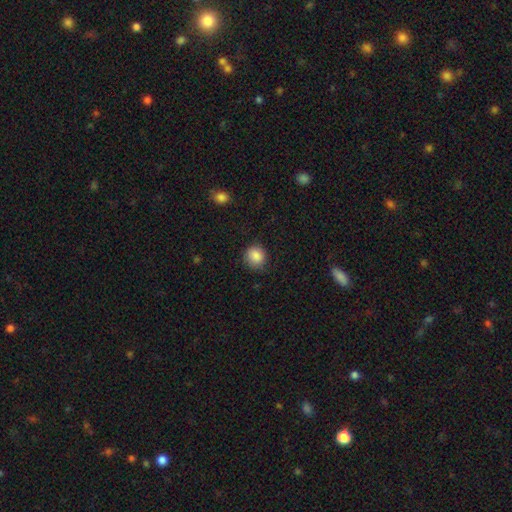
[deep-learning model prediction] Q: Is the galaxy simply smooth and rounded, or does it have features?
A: smooth — 87%.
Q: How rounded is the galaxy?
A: round — 86%.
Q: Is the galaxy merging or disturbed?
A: none — 84%.